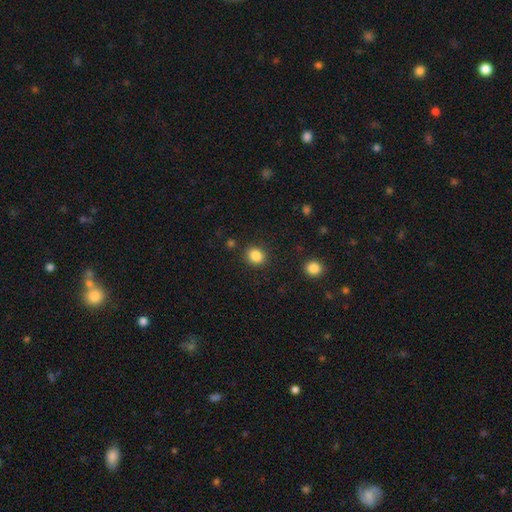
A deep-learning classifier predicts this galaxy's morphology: Q: Smooth or featured?
A: smooth (85%); runner-up: star or artifact (10%)
Q: How rounded?
A: round (69%); runner-up: in between (30%)
Q: Merging?
A: none (87%); runner-up: minor disturbance (8%)